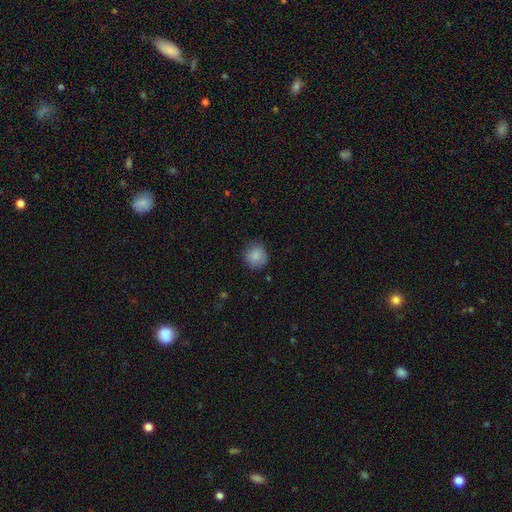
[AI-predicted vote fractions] Q: Smooth or featured?
A: smooth (86%); runner-up: star or artifact (8%)
Q: How rounded?
A: round (87%); runner-up: in between (12%)
Q: Merging?
A: none (81%); runner-up: minor disturbance (15%)